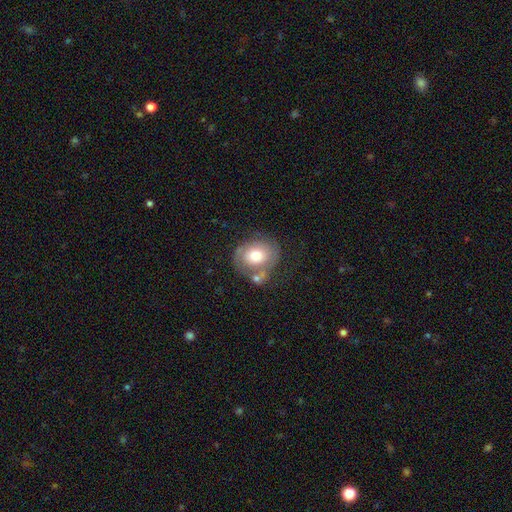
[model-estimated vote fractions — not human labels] smooth_or_featured: smooth (p=0.49) [alt: featured or disk p=0.44]
merging: none (p=0.44) [alt: minor disturbance p=0.21]